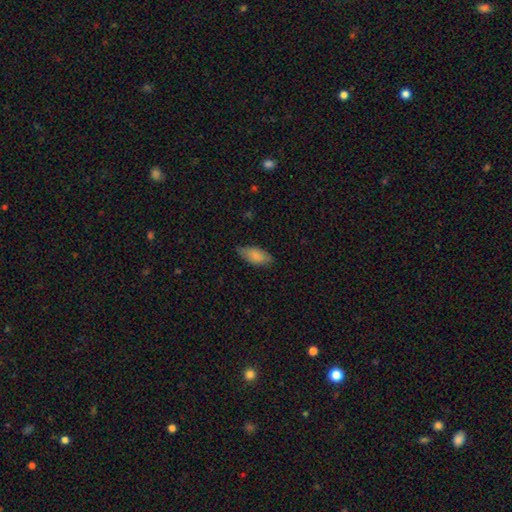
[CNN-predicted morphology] A smooth galaxy with no disk features (84%) that is in between round and cigar-shaped (90%). Merging: none (73%).